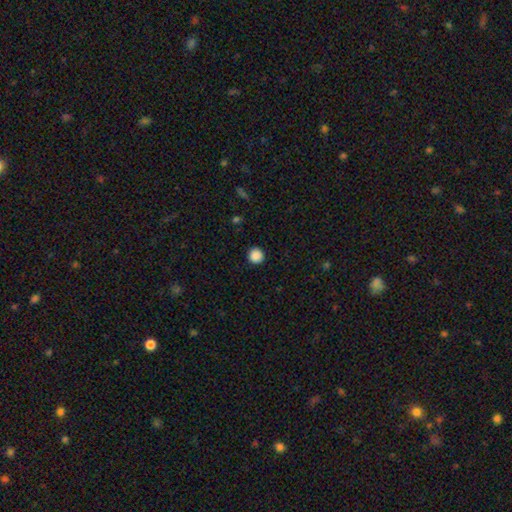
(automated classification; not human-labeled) A smooth galaxy with no disk features (88%) that is round (94%).

Vote fractions:
- Smooth or featured? smooth: 88% / star or artifact: 10% / featured or disk: 2%
- How rounded? round: 94% / in between: 5% / cigar-shaped: 1%
- Merging? none: 92% / minor disturbance: 5% / major disturbance: 2% / merger: 1%